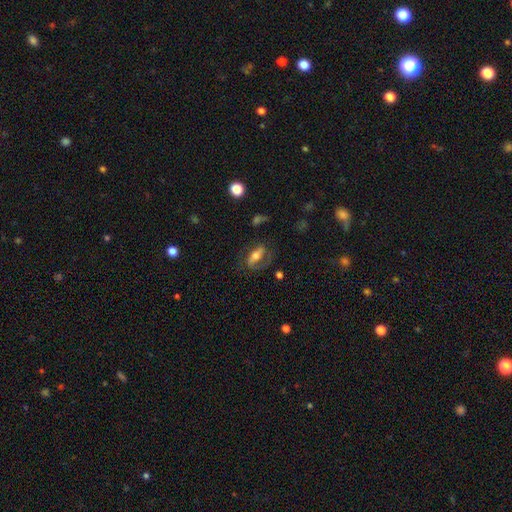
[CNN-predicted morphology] Smooth or featured? Predicted: featured or disk (p=0.56). Edge-on disk? Predicted: no (p=0.88). Merging? Predicted: none (p=0.57).